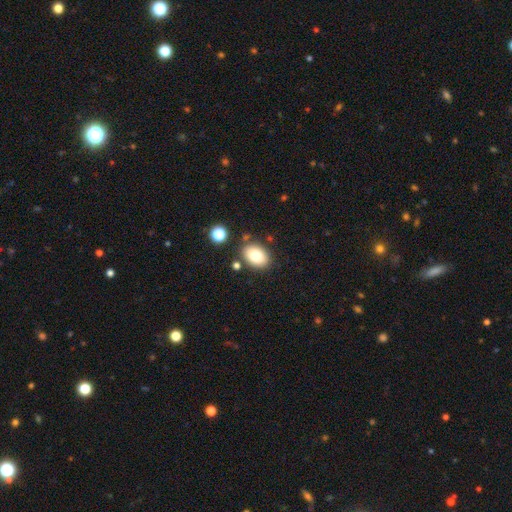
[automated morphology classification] A smooth galaxy with no disk features (80%) that is in between round and cigar-shaped (80%). Merging: none (81%).